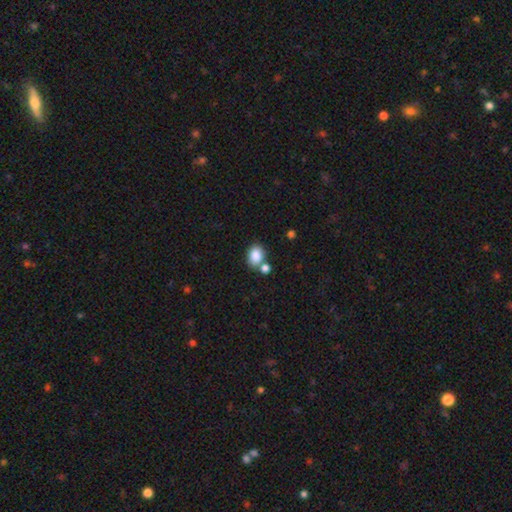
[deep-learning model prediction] This is clearly a smooth galaxy (85%). How rounded: likely in between (69%). Merging: likely none (60%).